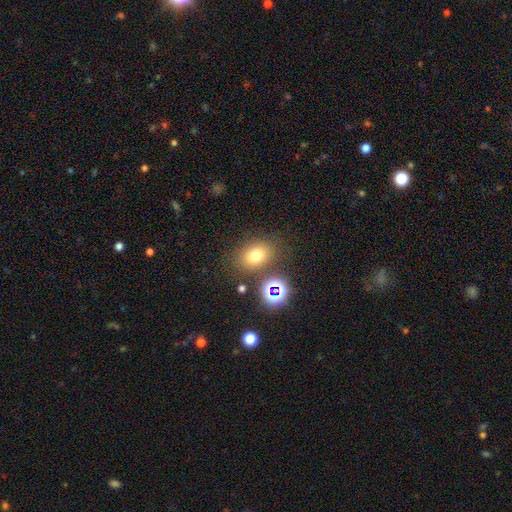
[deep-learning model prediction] Smooth or featured? smooth (70%)
How rounded? in between (63%)
Merging? none (76%)